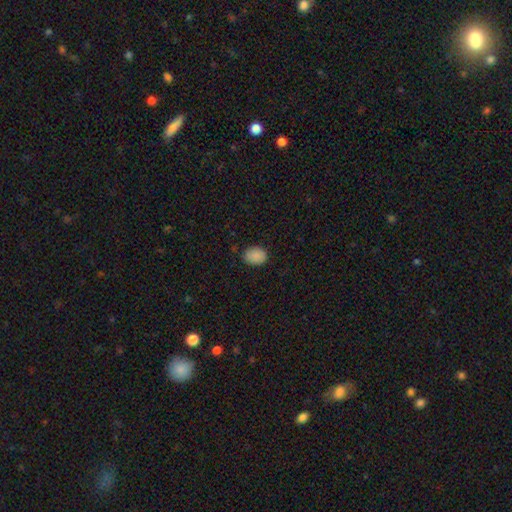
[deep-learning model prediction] Smooth or featured?
  - smooth: 89% *
  - star or artifact: 8%
  - featured or disk: 3%
How rounded?
  - in between: 67% *
  - round: 32%
  - cigar-shaped: 1%
Merging?
  - none: 83% *
  - minor disturbance: 13%
  - major disturbance: 3%
  - merger: 1%